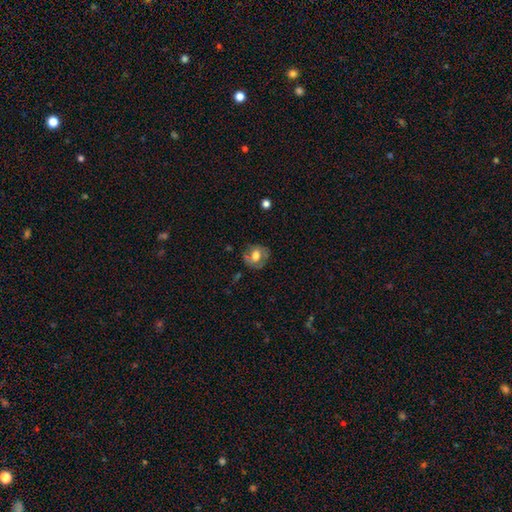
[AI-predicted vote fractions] smooth-or-featured: smooth: 56% | featured or disk: 36% | star or artifact: 8%
  how-rounded: round: 66% | in between: 33% | cigar-shaped: 1%
  merging: none: 70% | minor disturbance: 20% | major disturbance: 8% | merger: 2%